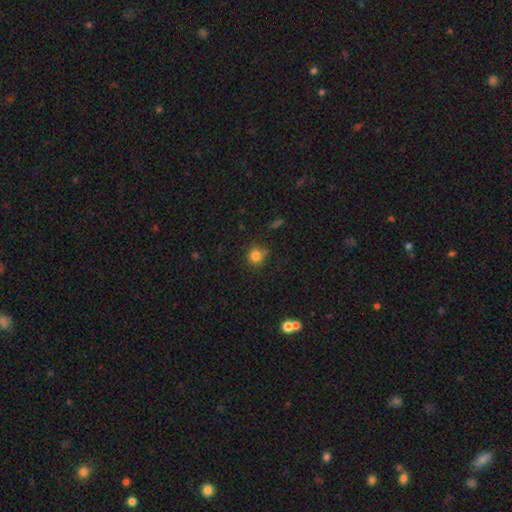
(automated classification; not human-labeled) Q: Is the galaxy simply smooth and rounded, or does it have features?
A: smooth — 82%.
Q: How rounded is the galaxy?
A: round — 90%.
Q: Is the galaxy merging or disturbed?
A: none — 78%.